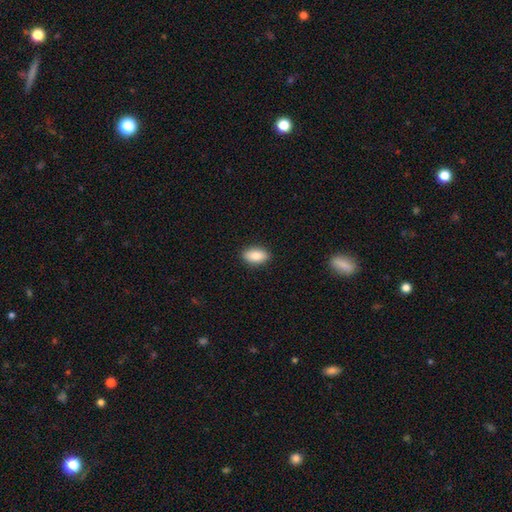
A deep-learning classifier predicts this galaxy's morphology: smooth-or-featured: smooth: 87% | star or artifact: 7% | featured or disk: 6%
  how-rounded: in between: 90% | cigar-shaped: 5% | round: 5%
  merging: none: 89% | minor disturbance: 8% | major disturbance: 2% | merger: 1%